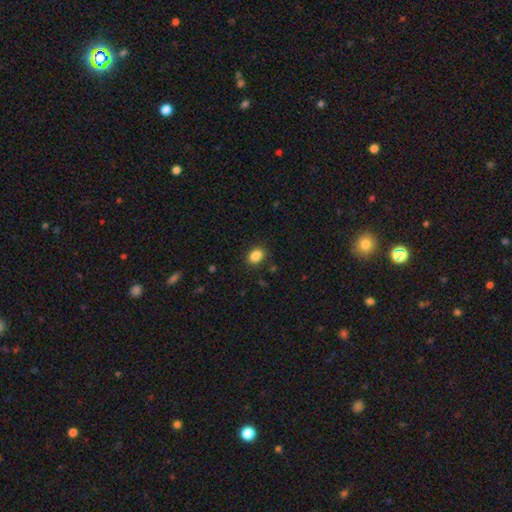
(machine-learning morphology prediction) This appears to be a smooth galaxy with no disk features (86%) that is in between round and cigar-shaped (68%). Merging: none (87%).